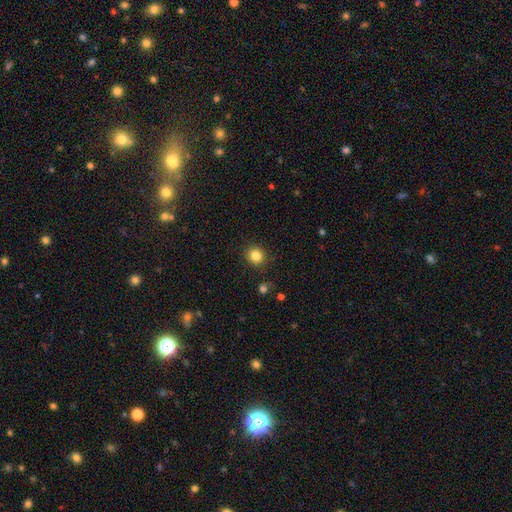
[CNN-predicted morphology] This is clearly a smooth galaxy (85%). How rounded: clearly round (87%). Merging: clearly none (89%).